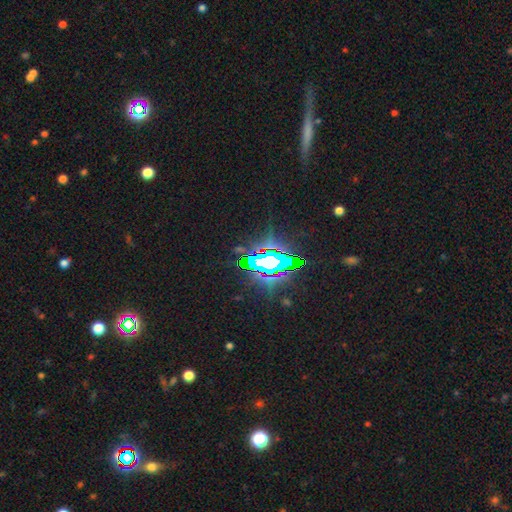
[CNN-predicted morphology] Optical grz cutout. It shows a star or artifact, not a galaxy (79%).